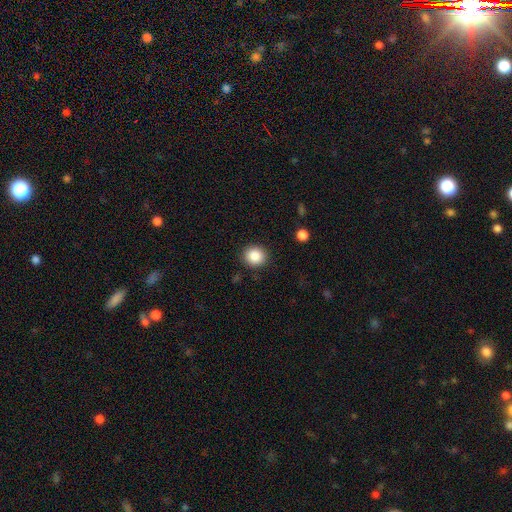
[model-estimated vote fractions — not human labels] A smooth galaxy with no disk features (87%) that is round (87%).

Vote fractions:
- Smooth or featured? smooth: 87% / star or artifact: 9% / featured or disk: 4%
- How rounded? round: 87% / in between: 13% / cigar-shaped: 1%
- Merging? none: 90% / minor disturbance: 6% / major disturbance: 2% / merger: 1%